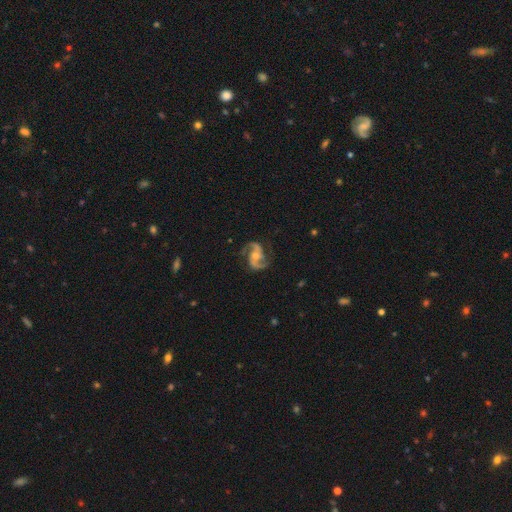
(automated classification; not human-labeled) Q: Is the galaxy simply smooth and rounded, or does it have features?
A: featured or disk — 91%.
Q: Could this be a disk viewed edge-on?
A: no — 98%.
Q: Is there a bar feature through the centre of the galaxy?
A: no — 47%.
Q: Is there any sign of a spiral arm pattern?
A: yes — 98%.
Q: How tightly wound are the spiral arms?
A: medium — 55%.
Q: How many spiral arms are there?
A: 2 — 93%.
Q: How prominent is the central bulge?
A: moderate — 53%.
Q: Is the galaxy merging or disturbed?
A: none — 77%.